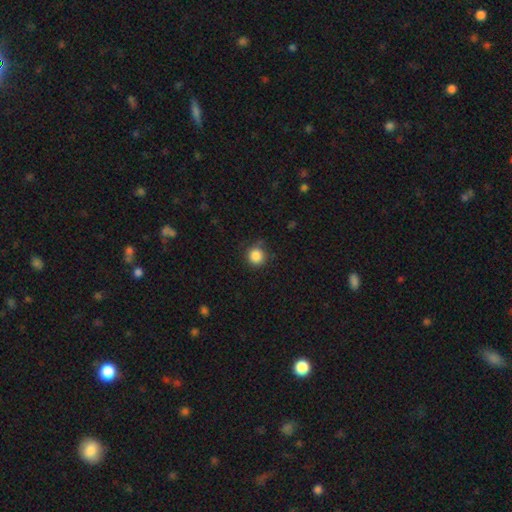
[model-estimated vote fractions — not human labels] Smooth or featured?
  - smooth: 86% *
  - star or artifact: 10%
  - featured or disk: 3%
How rounded?
  - round: 93% *
  - in between: 6%
  - cigar-shaped: 1%
Merging?
  - none: 82% *
  - minor disturbance: 13%
  - major disturbance: 3%
  - merger: 2%